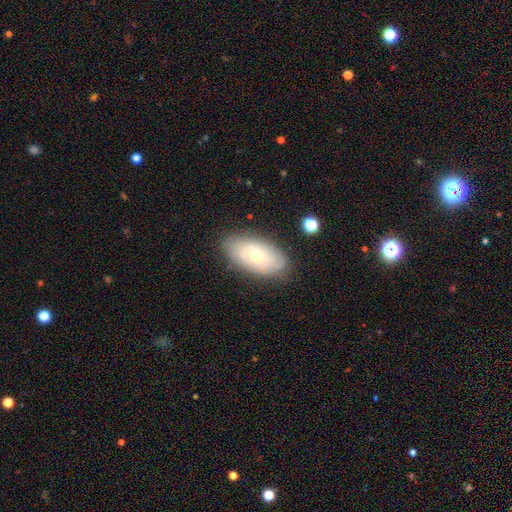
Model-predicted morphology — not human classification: smooth-or-featured: featured or disk: 47% | smooth: 44% | star or artifact: 8%
  merging: none: 80% | minor disturbance: 15% | major disturbance: 4% | merger: 2%